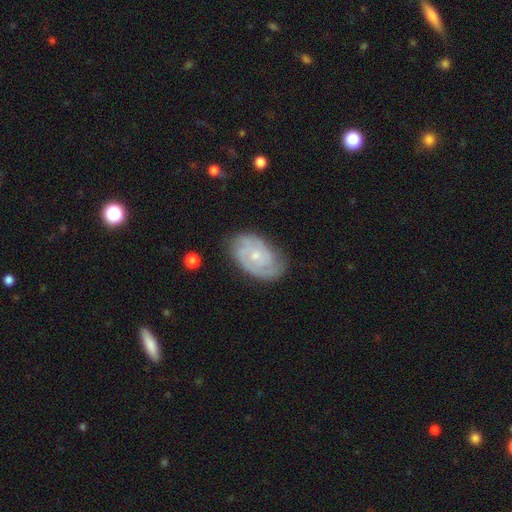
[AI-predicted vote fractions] Smooth or featured?
  - featured or disk: 82% *
  - smooth: 12%
  - star or artifact: 5%
Edge-on disk?
  - no: 97% *
  - yes: 3%
Bar?
  - no: 71% *
  - weak: 25%
  - strong: 4%
Spiral arms?
  - yes: 96% *
  - no: 4%
Spiral winding?
  - tight: 65% *
  - medium: 29%
  - loose: 6%
Spiral arm count?
  - 2: 47% *
  - 3: 21%
  - can't tell: 20%
  - 4: 5%
  - 1: 4%
  - more than 4: 3%
Bulge size?
  - small: 66% *
  - moderate: 29%
  - none: 2%
  - large: 1%
  - dominant: 1%
Merging?
  - none: 76% *
  - minor disturbance: 18%
  - major disturbance: 5%
  - merger: 1%